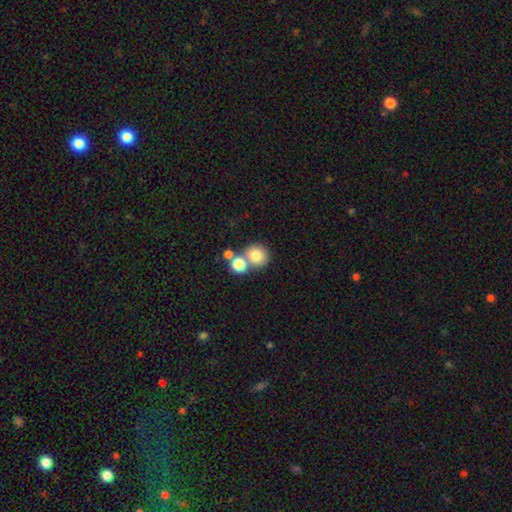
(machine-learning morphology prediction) Smooth or featured? smooth (76%)
How rounded? round (88%)
Merging? none (51%)